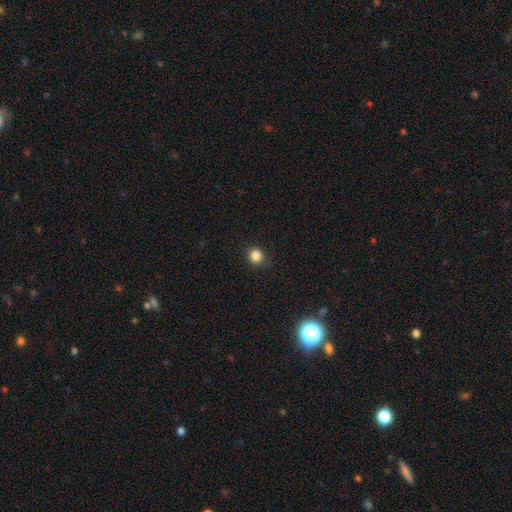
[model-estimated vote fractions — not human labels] This is clearly a smooth galaxy (84%). How rounded: clearly round (87%). Merging: clearly none (88%).